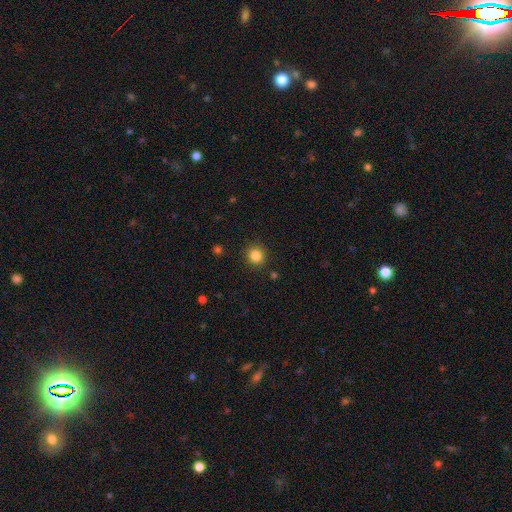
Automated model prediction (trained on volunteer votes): smooth-or-featured: smooth: 84% | star or artifact: 11% | featured or disk: 4%
  how-rounded: round: 91% | in between: 8% | cigar-shaped: 1%
  merging: none: 90% | minor disturbance: 6% | major disturbance: 2% | merger: 1%